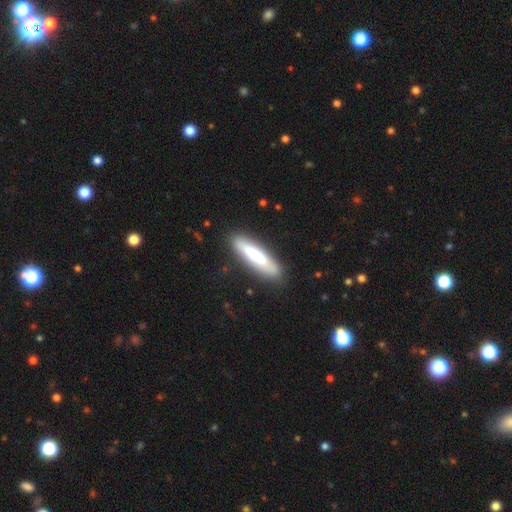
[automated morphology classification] type=smooth (65%); roundness=cigar-shaped (80%); merging=none (85%).